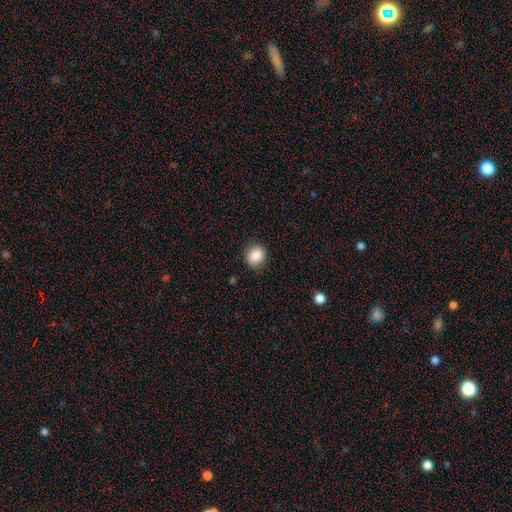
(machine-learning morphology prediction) smooth_or_featured: smooth (p=0.86) [alt: star or artifact p=0.09]
how_rounded: round (p=0.82) [alt: in between p=0.17]
merging: none (p=0.87) [alt: minor disturbance p=0.09]